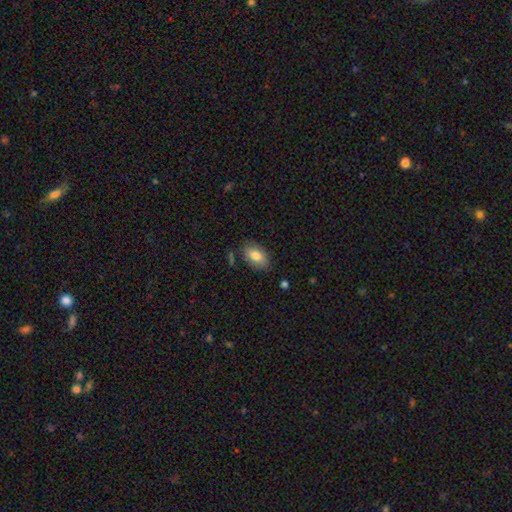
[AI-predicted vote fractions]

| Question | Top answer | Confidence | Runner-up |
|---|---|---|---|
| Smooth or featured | smooth | 79% | featured or disk (14%) |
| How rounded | in between | 92% | round (7%) |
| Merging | none | 81% | minor disturbance (14%) |